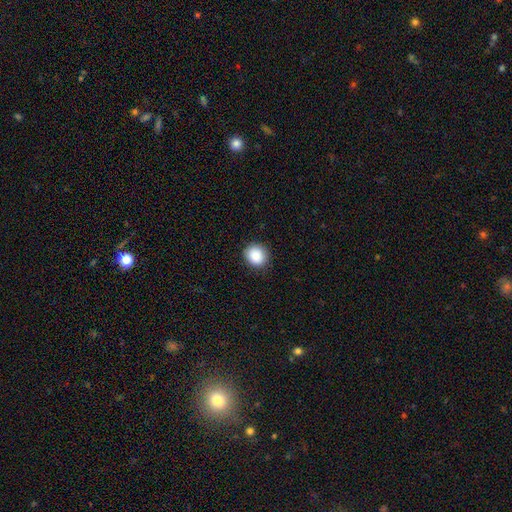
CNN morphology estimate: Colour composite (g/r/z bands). It shows a smooth galaxy with no disk features (88%) that is round (79%). Merging: none (87%).